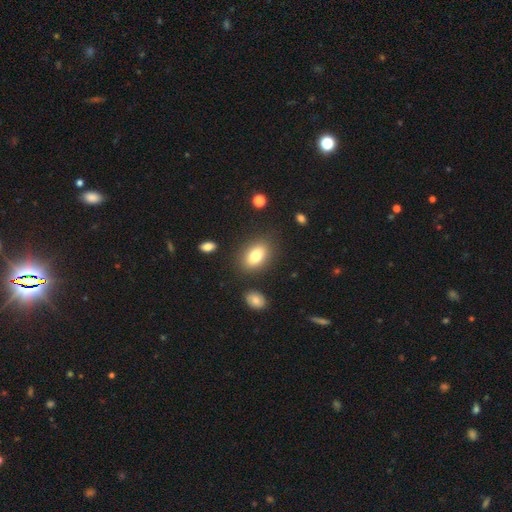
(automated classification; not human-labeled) This appears to be a smooth galaxy with no disk features (79%) that is in between round and cigar-shaped (84%). Merging: none (82%).